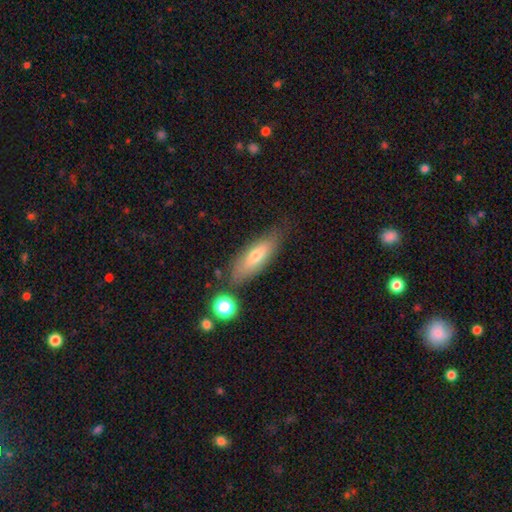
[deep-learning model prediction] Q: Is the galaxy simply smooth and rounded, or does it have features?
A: smooth — 63%.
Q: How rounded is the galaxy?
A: in between — 52%.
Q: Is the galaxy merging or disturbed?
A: none — 74%.